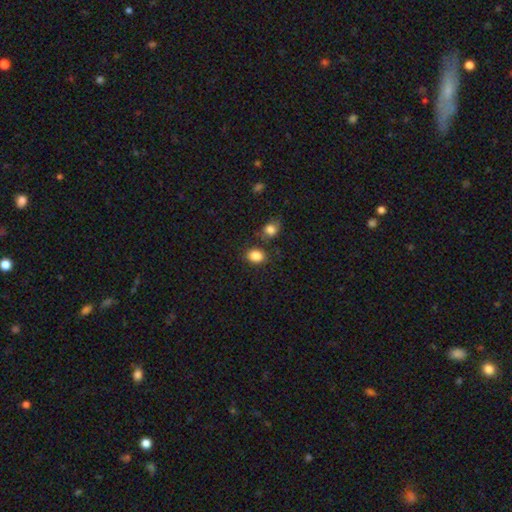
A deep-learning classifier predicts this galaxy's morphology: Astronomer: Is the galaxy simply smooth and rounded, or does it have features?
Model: smooth — 86%.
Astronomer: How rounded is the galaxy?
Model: in between — 56% (runner-up: round, 43%).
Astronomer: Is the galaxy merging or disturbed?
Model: none — 76%.